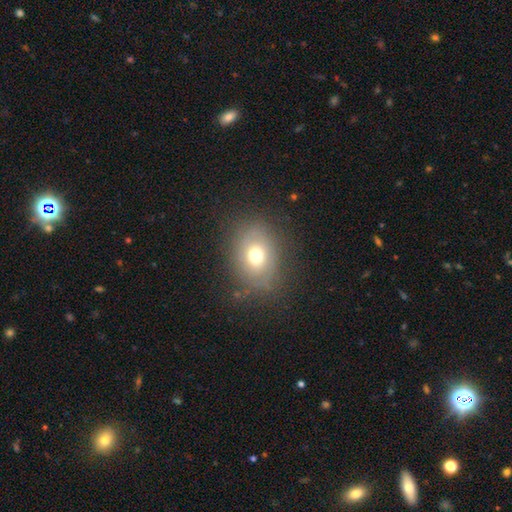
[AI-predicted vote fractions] Smooth or featured? Predicted: smooth (p=0.64). How rounded? Predicted: in between (p=0.61). Merging? Predicted: none (p=0.77).